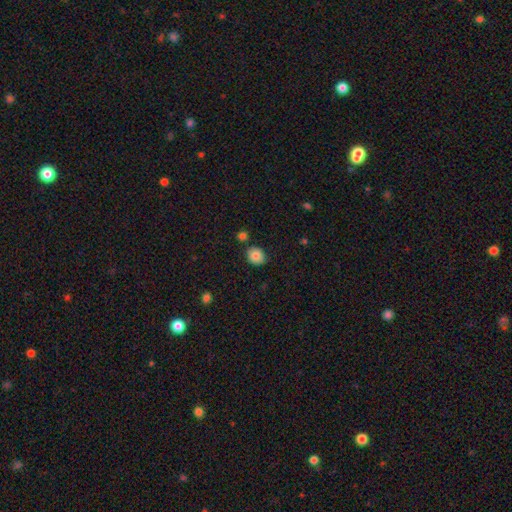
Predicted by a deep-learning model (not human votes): Smooth or featured? smooth (83%)
How rounded? round (64%)
Merging? none (81%)